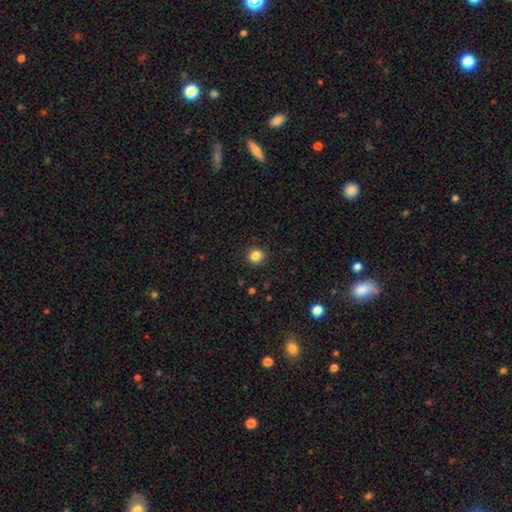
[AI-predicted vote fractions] Morphology: type=smooth (84%); roundness=round (91%); merging=none (92%).